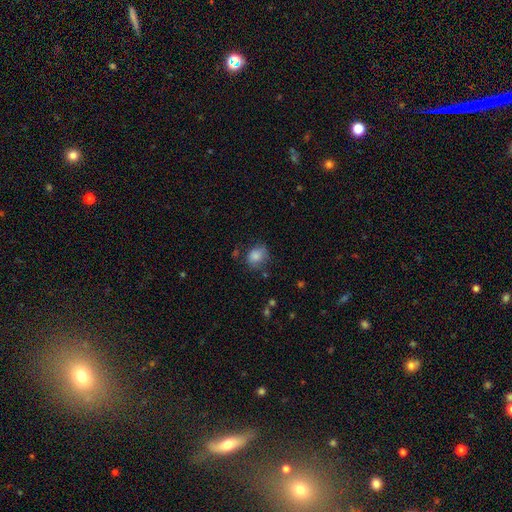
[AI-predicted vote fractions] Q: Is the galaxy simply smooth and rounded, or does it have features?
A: smooth — 83%.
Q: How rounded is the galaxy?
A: round — 60%.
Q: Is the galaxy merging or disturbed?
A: none — 64%.